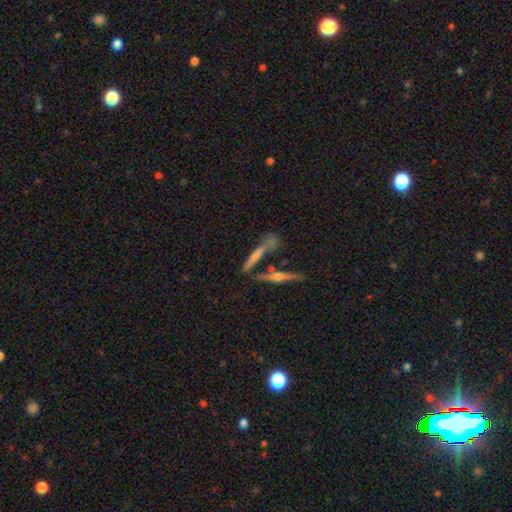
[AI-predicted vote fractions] Q: Smooth or featured?
A: featured or disk (57%); runner-up: smooth (32%)
Q: Edge-on disk?
A: yes (92%); runner-up: no (8%)
Q: Edge-on bulge?
A: rounded (70%); runner-up: none (20%)
Q: Merging?
A: none (66%); runner-up: merger (19%)